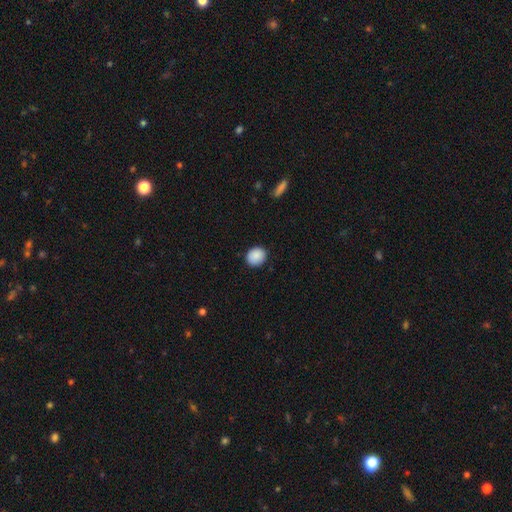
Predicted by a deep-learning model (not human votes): The model was most divided on "how rounded": round: 73%, in between: 26%, cigar-shaped: 1%. More confident: smooth or featured — smooth (89%); merging — none (89%).